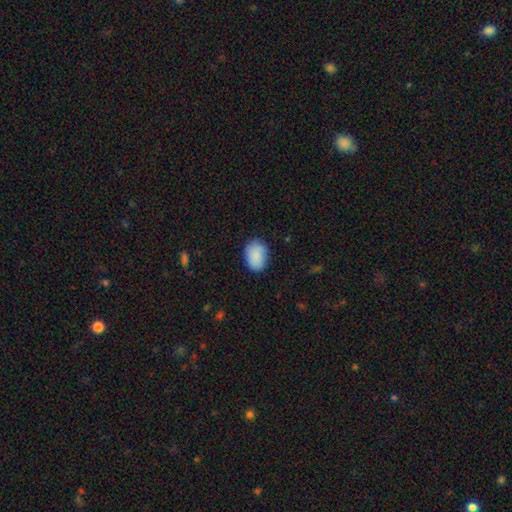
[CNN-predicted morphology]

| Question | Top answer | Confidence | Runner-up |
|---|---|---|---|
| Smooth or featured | smooth | 87% | featured or disk (7%) |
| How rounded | in between | 76% | round (23%) |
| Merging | none | 78% | minor disturbance (17%) |